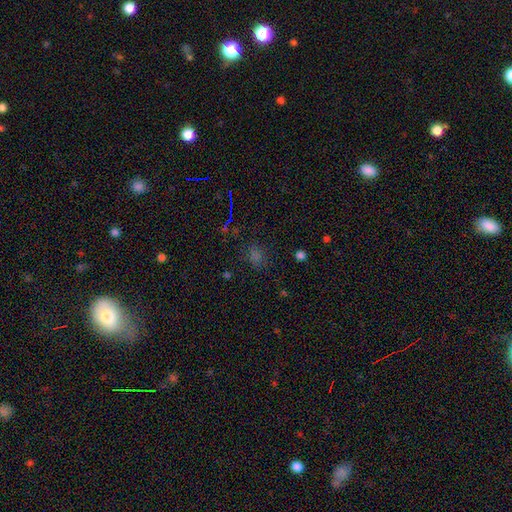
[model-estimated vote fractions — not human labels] Smooth or featured: smooth — 55% (star or artifact — 38%)
How rounded: round — 53% (in between — 45%)
Merging: none — 80% (minor disturbance — 13%)